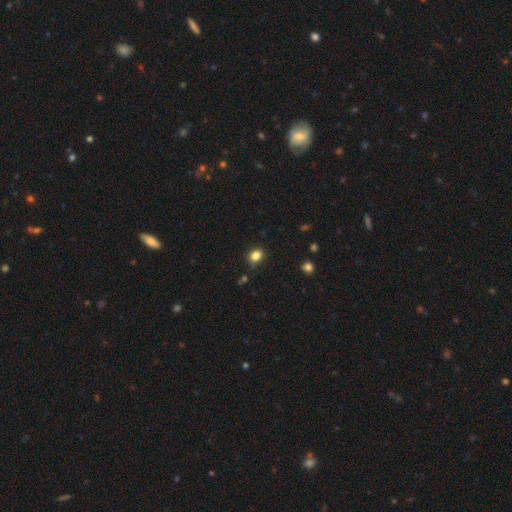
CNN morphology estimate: Smooth or featured?
  - smooth: 83% *
  - star or artifact: 12%
  - featured or disk: 5%
How rounded?
  - round: 54% *
  - in between: 45%
  - cigar-shaped: 1%
Merging?
  - none: 77% *
  - minor disturbance: 16%
  - major disturbance: 4%
  - merger: 4%